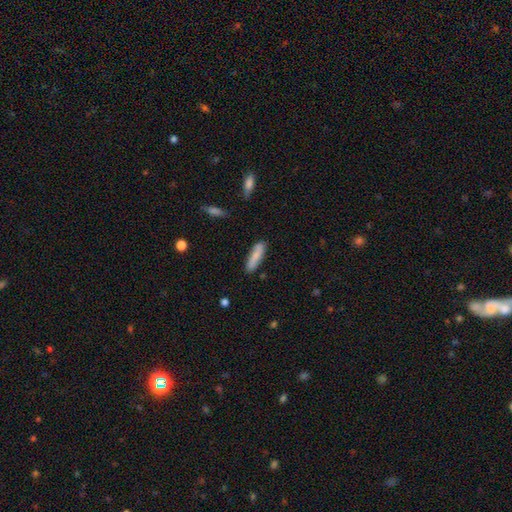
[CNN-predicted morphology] Smooth or featured? Predicted: smooth (p=0.80). How rounded? Predicted: cigar-shaped (p=0.68). Merging? Predicted: none (p=0.85).